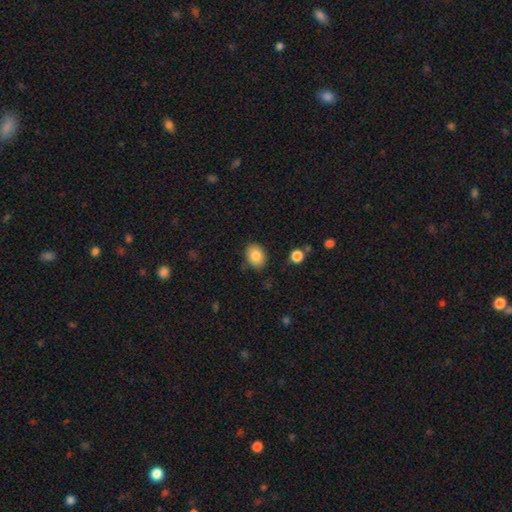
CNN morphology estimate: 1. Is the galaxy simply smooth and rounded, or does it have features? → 84% smooth, 9% star or artifact, 7% featured or disk.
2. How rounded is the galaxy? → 59% in between, 40% round, 1% cigar-shaped.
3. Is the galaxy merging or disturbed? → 83% none, 12% minor disturbance, 3% major disturbance, 2% merger.